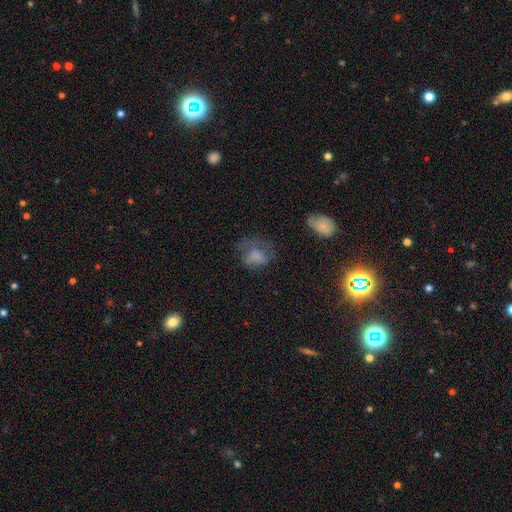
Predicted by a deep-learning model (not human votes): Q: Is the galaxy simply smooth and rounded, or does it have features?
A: smooth — 58%.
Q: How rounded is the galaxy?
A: in between — 57%.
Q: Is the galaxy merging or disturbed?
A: none — 37%.